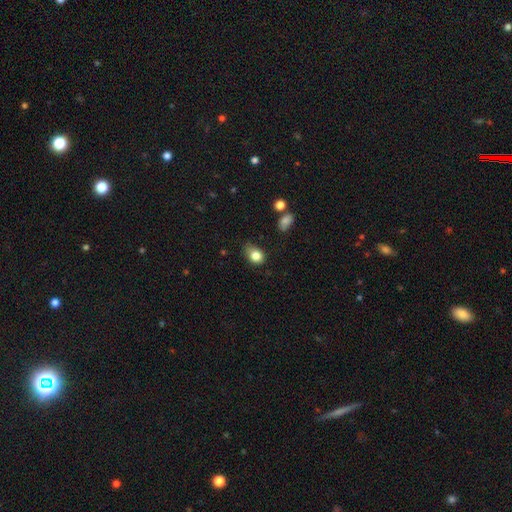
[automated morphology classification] Overall: smooth (82%). How rounded: in between (57%; round 42%). Merging: none (50%; minor disturbance 37%).